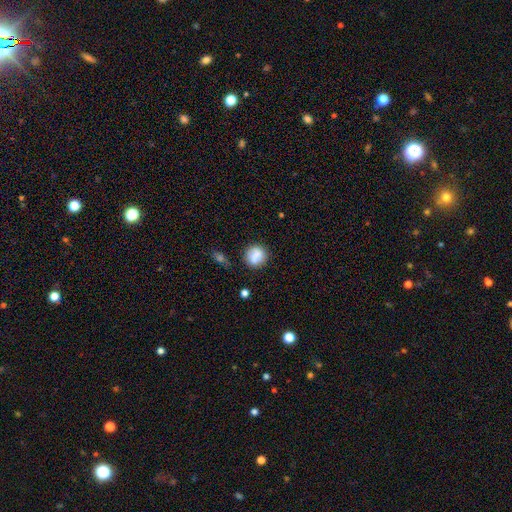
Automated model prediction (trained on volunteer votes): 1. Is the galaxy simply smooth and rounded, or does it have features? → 77% smooth, 14% featured or disk, 9% star or artifact.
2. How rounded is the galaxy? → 78% round, 20% in between, 2% cigar-shaped.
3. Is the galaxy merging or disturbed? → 75% none, 16% minor disturbance, 5% merger, 5% major disturbance.